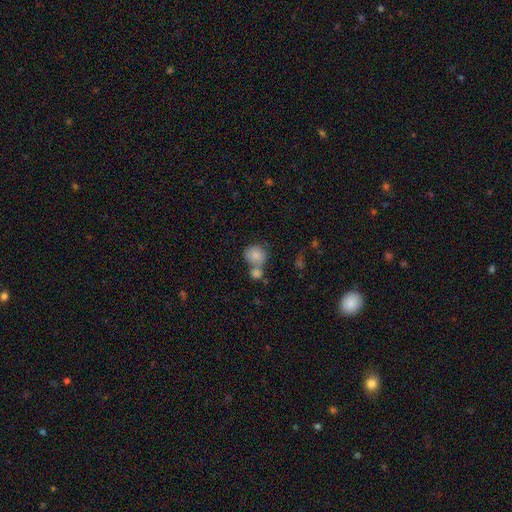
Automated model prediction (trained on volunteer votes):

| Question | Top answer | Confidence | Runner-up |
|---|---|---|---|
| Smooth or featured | smooth | 83% | featured or disk (9%) |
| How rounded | round | 82% | in between (17%) |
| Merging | none | 44% | merger (42%) |